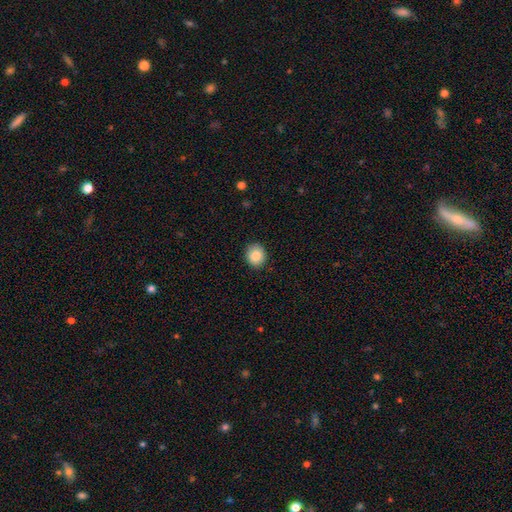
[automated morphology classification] A smooth galaxy with no disk features (85%) that is round (76%).

Vote fractions:
- Smooth or featured? smooth: 85% / star or artifact: 8% / featured or disk: 6%
- How rounded? round: 76% / in between: 23% / cigar-shaped: 1%
- Merging? none: 90% / minor disturbance: 7% / major disturbance: 2% / merger: 1%